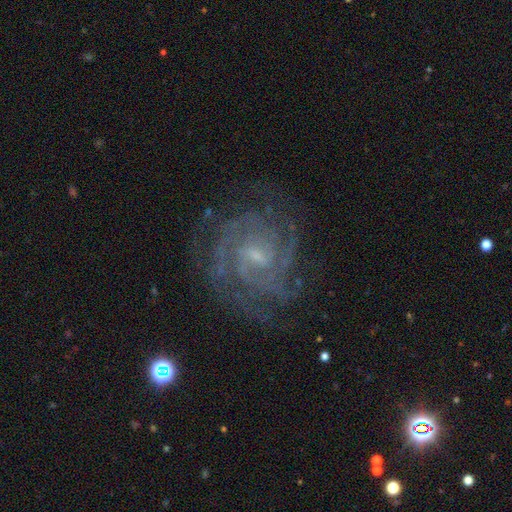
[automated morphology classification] Smooth or featured: featured or disk — 89% (star or artifact — 7%)
Edge-on disk: no — 98% (yes — 2%)
Bar: weak — 57% (no — 31%)
Spiral arms: yes — 98% (no — 2%)
Spiral winding: tight — 66% (medium — 30%)
Spiral arm count: can't tell — 24% (3 — 22%)
Bulge size: small — 66% (moderate — 22%)
Merging: none — 77% (minor disturbance — 14%)